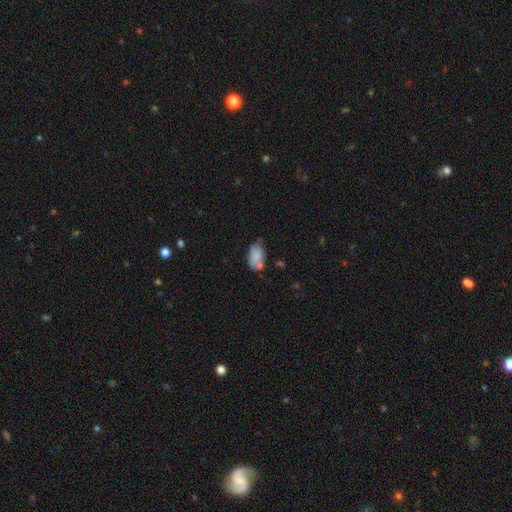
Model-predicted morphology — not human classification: smooth_or_featured: smooth (p=0.78) [alt: featured or disk p=0.14]
how_rounded: in between (p=0.90) [alt: round p=0.09]
merging: none (p=0.49) [alt: minor disturbance p=0.27]